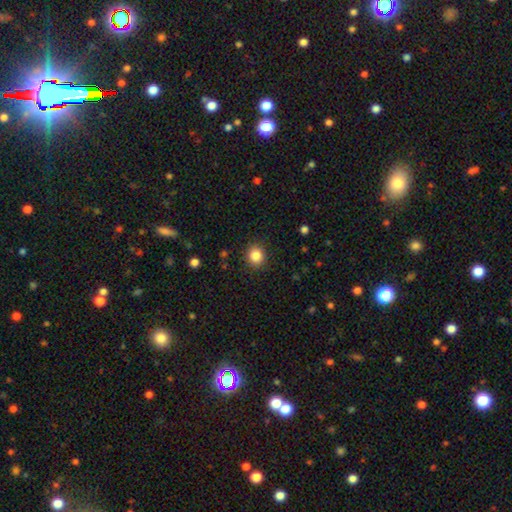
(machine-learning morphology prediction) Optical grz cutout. It shows a smooth galaxy with no disk features (85%) that is round (81%). Merging: none (90%).